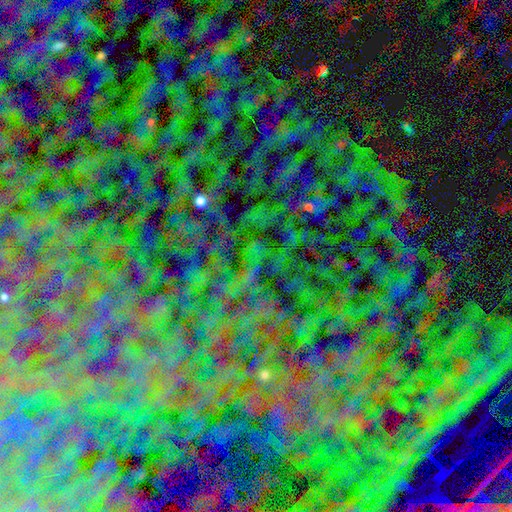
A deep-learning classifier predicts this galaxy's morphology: star or artifact 83%, smooth 9%, featured or disk 8%.